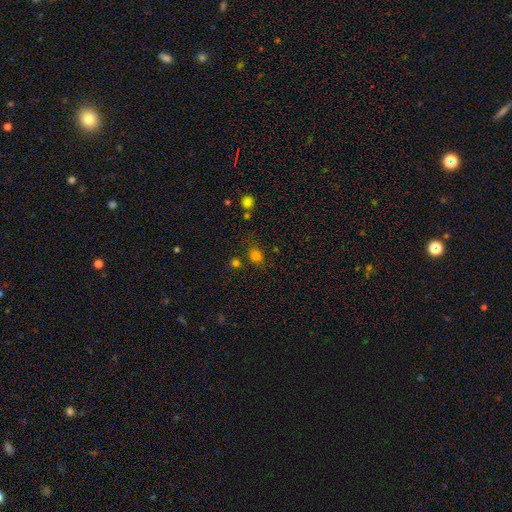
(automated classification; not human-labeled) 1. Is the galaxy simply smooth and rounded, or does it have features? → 75% smooth, 20% star or artifact, 5% featured or disk.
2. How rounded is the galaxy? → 55% round, 43% in between, 1% cigar-shaped.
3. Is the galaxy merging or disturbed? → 71% none, 16% minor disturbance, 7% merger, 6% major disturbance.